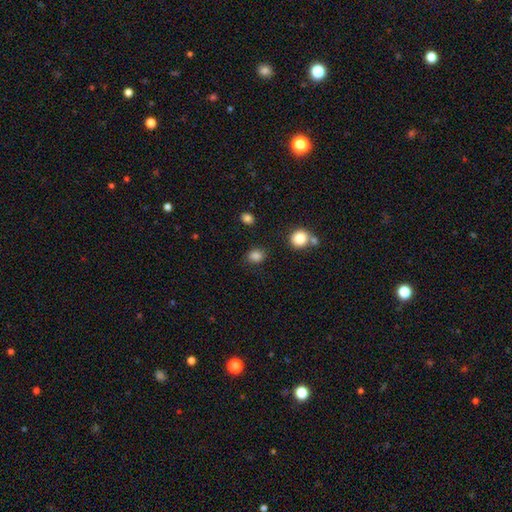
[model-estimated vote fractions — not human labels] Overall: smooth (85%). How rounded: round (59%; in between 40%). Merging: none (84%).